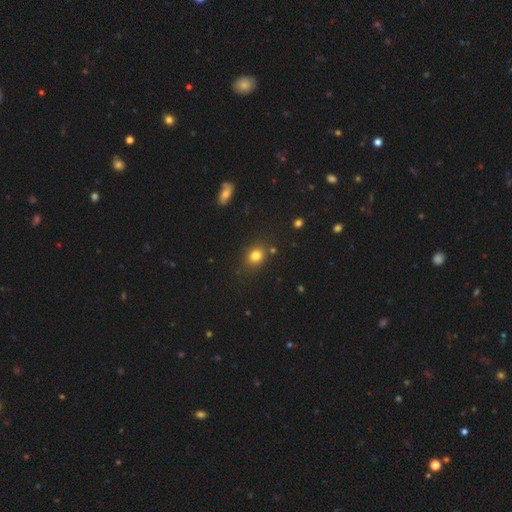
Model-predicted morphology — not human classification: type=smooth (78%); roundness=round (60%); merging=none (80%).